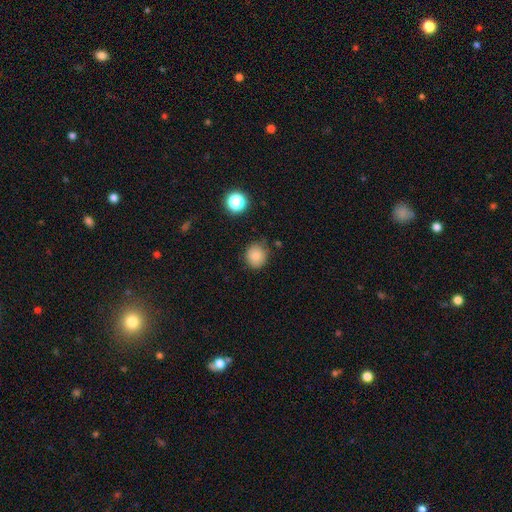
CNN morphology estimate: smooth 82%, star or artifact 11%, featured or disk 7%. Down the decision tree: how rounded — round (81%); merging — none (78%).